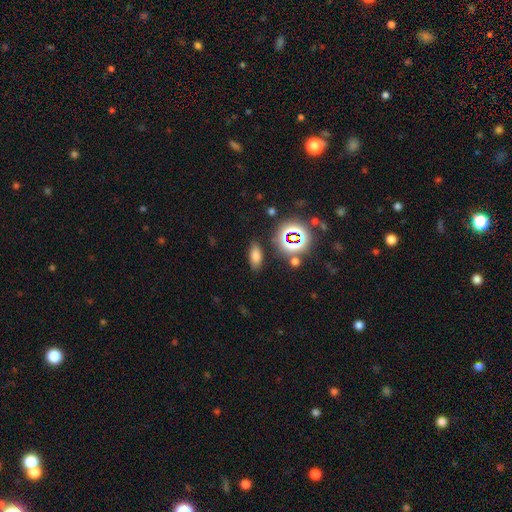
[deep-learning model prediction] Morphology: type=smooth (69%); roundness=in between (83%); merging=none (83%).